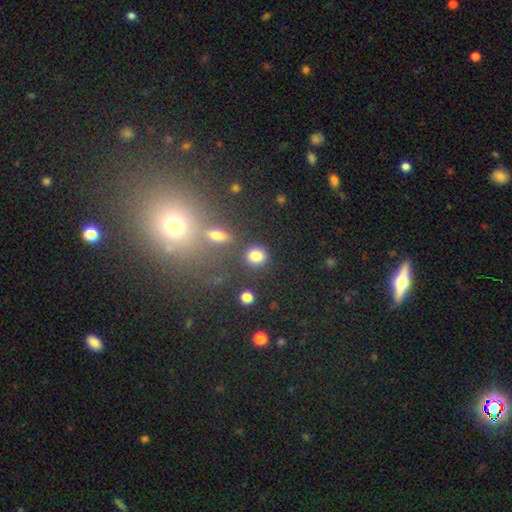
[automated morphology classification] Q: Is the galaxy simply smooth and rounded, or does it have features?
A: smooth — 82%.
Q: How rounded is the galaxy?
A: round — 78%.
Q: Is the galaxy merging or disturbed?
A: none — 80%.